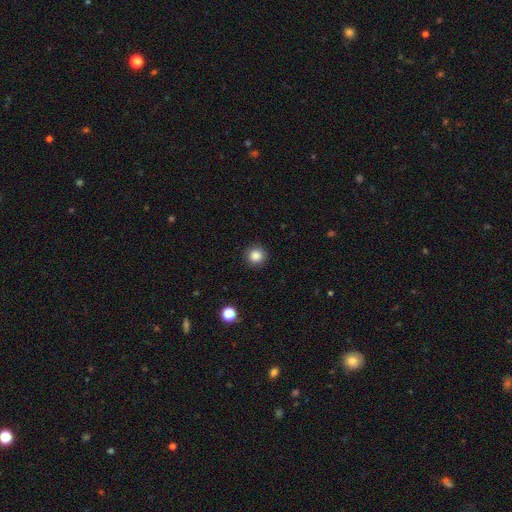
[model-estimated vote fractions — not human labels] Smooth or featured? Predicted: smooth (p=0.85). How rounded? Predicted: round (p=0.94). Merging? Predicted: none (p=0.91).